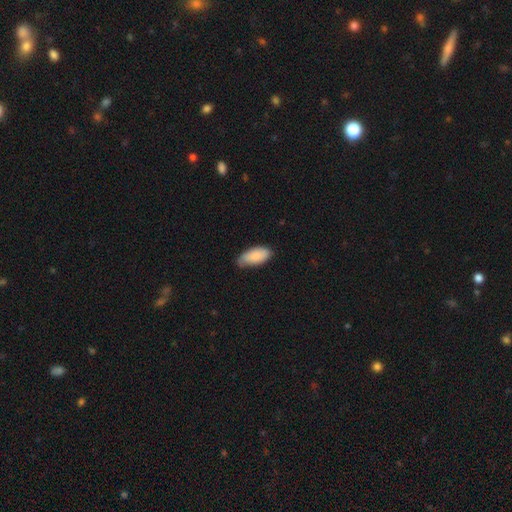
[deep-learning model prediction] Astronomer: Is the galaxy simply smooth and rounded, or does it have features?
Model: smooth — 86%.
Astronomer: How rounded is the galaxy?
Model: in between — 91%.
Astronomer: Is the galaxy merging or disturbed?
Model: none — 66%.